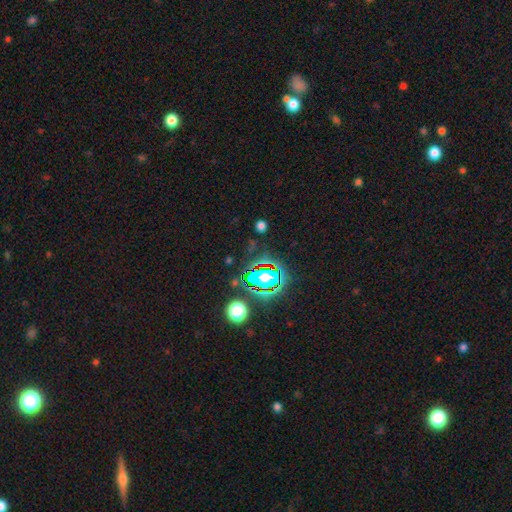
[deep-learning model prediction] This appears to be a star or artifact, not a galaxy (81%).